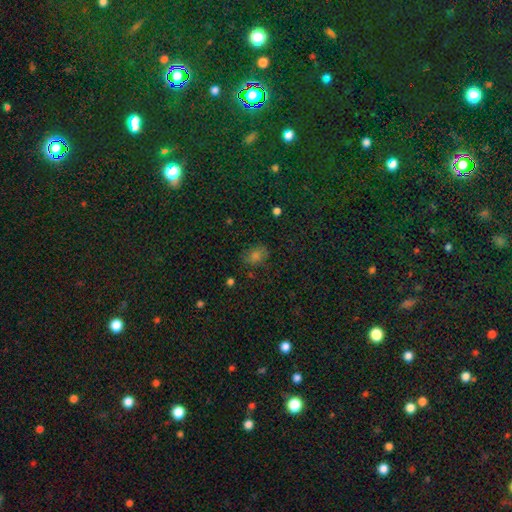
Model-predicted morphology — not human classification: Overall: smooth (64%; star or artifact 27%). How rounded: in between (57%; round 42%). Merging: none (78%).